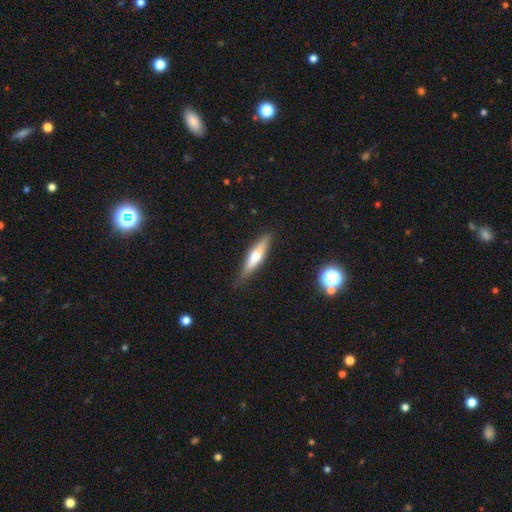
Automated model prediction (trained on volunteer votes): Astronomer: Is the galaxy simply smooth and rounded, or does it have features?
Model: featured or disk — 49% (runner-up: smooth, 45%).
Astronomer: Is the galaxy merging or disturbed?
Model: none — 84%.